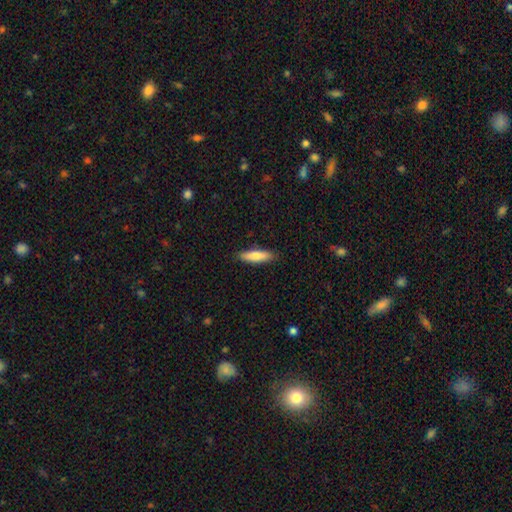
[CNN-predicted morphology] Smooth or featured: smooth — 77% (featured or disk — 17%)
How rounded: cigar-shaped — 68% (in between — 30%)
Merging: none — 89% (minor disturbance — 9%)